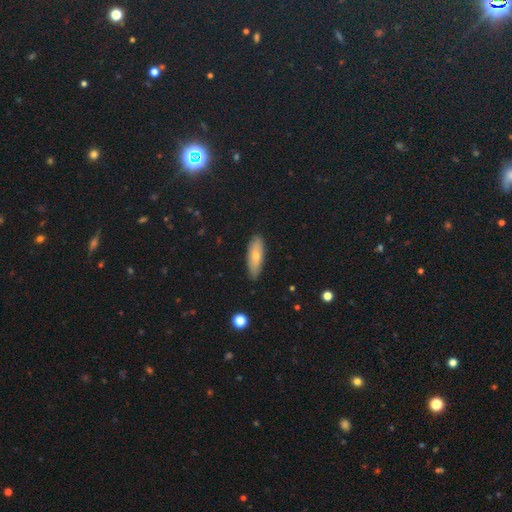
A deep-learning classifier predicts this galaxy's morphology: This appears to be a smooth galaxy with no disk features (72%) that is in between round and cigar-shaped (54%). Merging: none (84%).